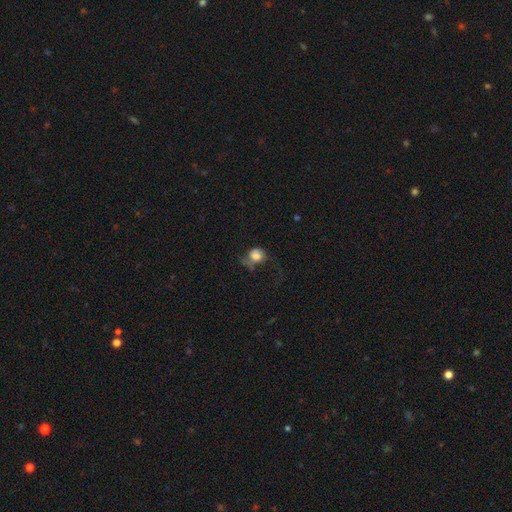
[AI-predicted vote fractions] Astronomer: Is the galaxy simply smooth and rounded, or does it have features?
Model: smooth — 69%.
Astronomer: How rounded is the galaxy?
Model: round — 70%.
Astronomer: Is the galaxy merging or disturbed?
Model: major disturbance — 40% (runner-up: none, 32%).